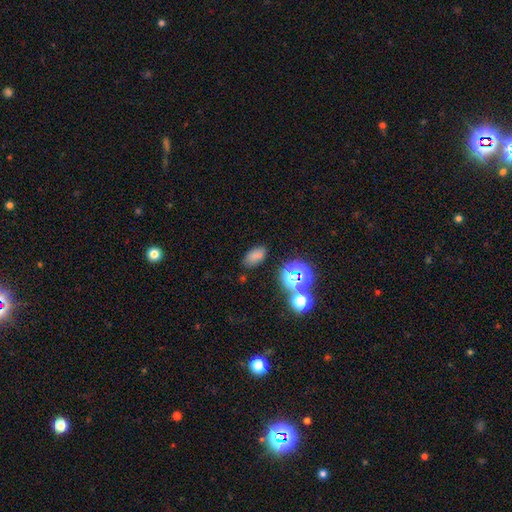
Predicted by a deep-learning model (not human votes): A smooth galaxy with no disk features (71%) that is in between round and cigar-shaped (88%).

Vote fractions:
- Smooth or featured? smooth: 71% / star or artifact: 21% / featured or disk: 9%
- How rounded? in between: 88% / round: 9% / cigar-shaped: 3%
- Merging? none: 78% / minor disturbance: 13% / merger: 5% / major disturbance: 4%